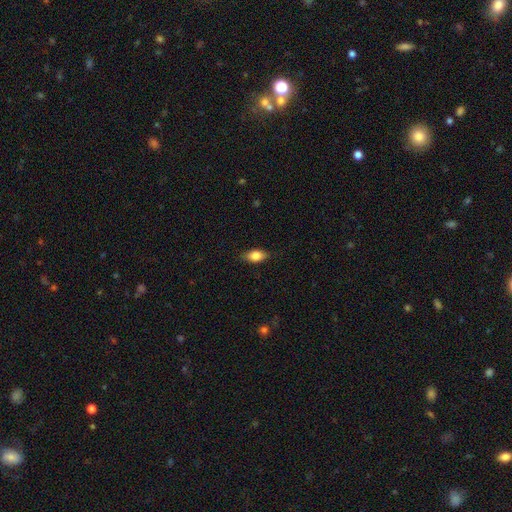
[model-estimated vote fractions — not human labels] A smooth galaxy with no disk features (80%) that is in between round and cigar-shaped (86%). Merging: none (84%).